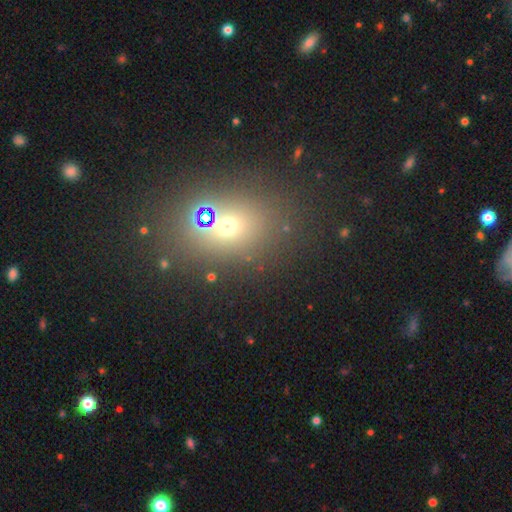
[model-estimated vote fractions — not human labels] Smooth or featured? smooth (55%)
How rounded? in between (54%)
Merging? none (69%)